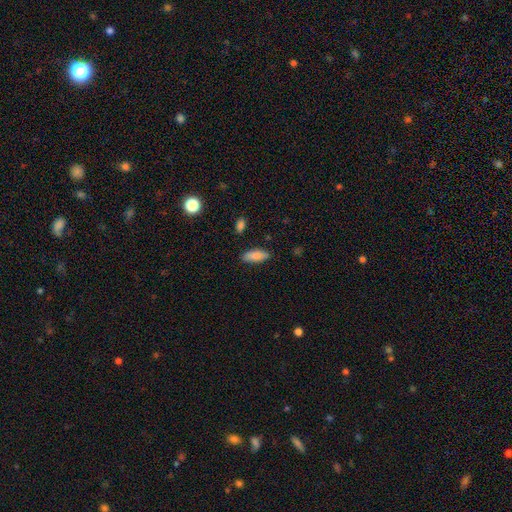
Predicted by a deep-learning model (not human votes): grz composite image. It shows a smooth galaxy with no disk features (85%) that is in between round and cigar-shaped (74%). Merging: none (86%).